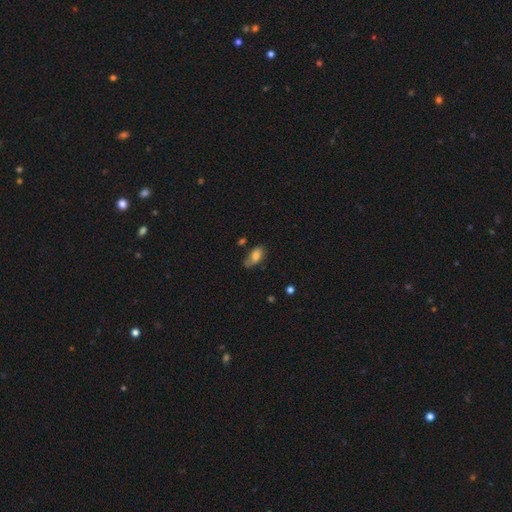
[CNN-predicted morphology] This is likely a smooth galaxy (68%). How rounded: clearly in between (90%). Merging: possibly none (53%).